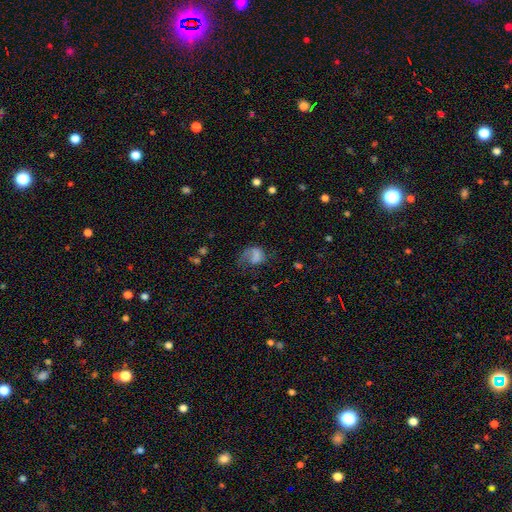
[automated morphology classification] This appears to be a smooth galaxy with no disk features (52%) that is in between round and cigar-shaped (63%). Merging: major disturbance (49%).